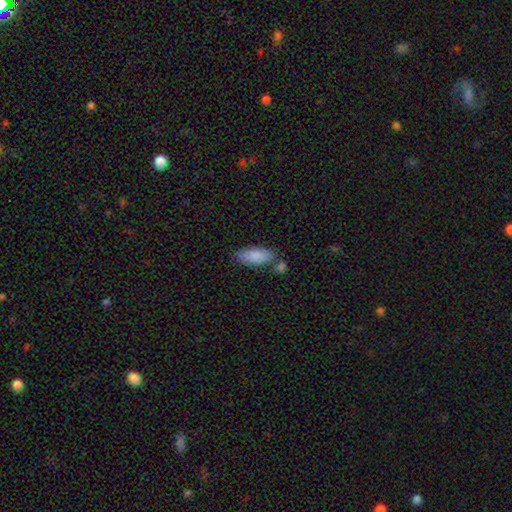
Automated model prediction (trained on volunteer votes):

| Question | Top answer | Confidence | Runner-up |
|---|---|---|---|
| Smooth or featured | smooth | 87% | featured or disk (7%) |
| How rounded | in between | 78% | cigar-shaped (20%) |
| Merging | none | 66% | minor disturbance (16%) |